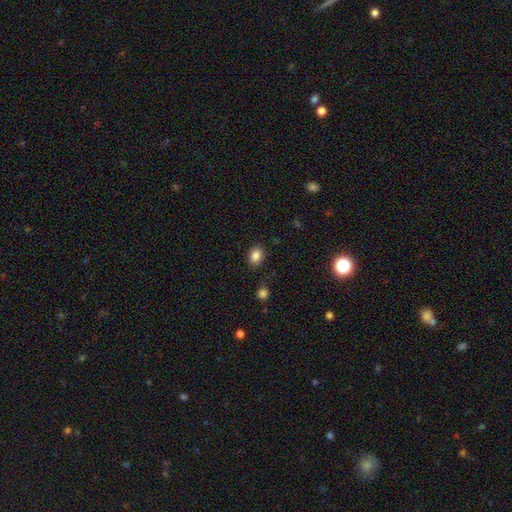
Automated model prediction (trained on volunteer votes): A smooth galaxy with no disk features (85%) that is in between round and cigar-shaped (63%).

Vote fractions:
- Smooth or featured? smooth: 85% / star or artifact: 10% / featured or disk: 5%
- How rounded? in between: 63% / round: 36% / cigar-shaped: 1%
- Merging? none: 82% / minor disturbance: 12% / major disturbance: 3% / merger: 2%